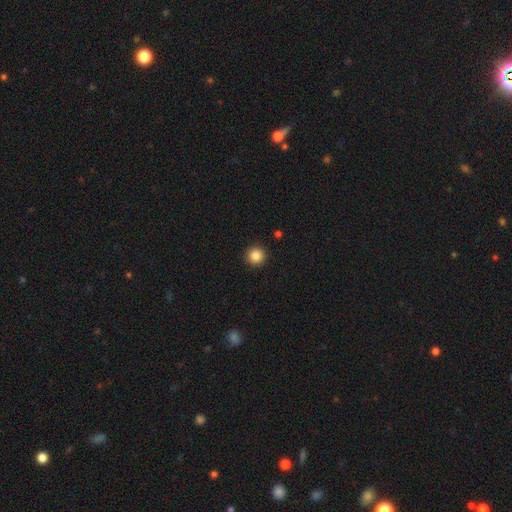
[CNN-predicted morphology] type=smooth (86%); roundness=round (95%); merging=none (93%).